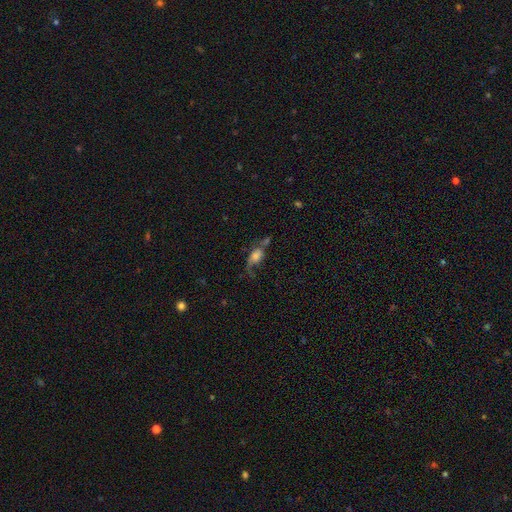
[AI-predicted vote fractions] featured or disk 45%, smooth 44%, star or artifact 11%. Down the decision tree: merging — none (31%).